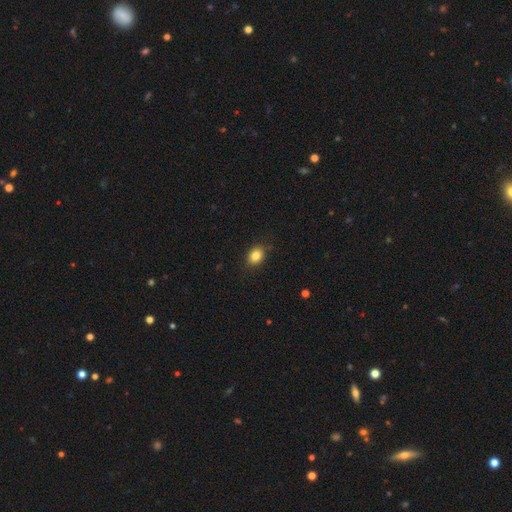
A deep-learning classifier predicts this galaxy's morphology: smooth 84%, star or artifact 10%, featured or disk 6%. Down the decision tree: how rounded — in between (62%); merging — none (86%).